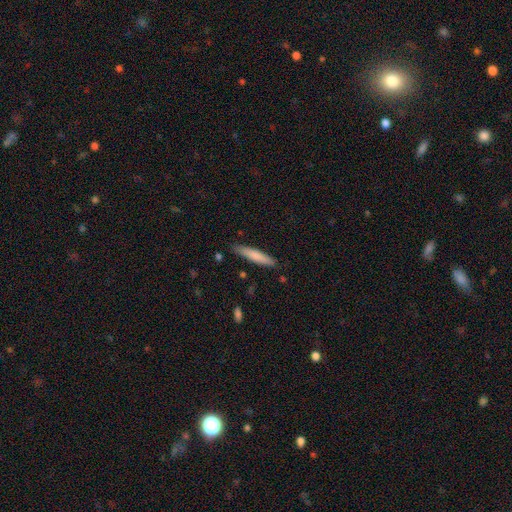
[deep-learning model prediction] Q: Smooth or featured?
A: smooth (75%); runner-up: featured or disk (19%)
Q: How rounded?
A: cigar-shaped (89%); runner-up: in between (10%)
Q: Merging?
A: none (85%); runner-up: minor disturbance (11%)